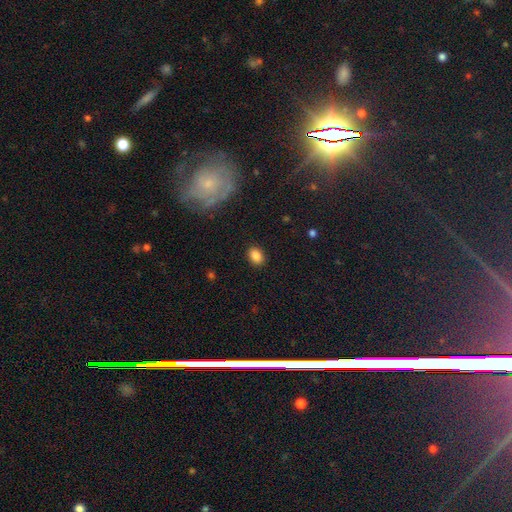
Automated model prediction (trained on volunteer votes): Morphology: type=smooth (86%); roundness=in between (70%); merging=none (88%).